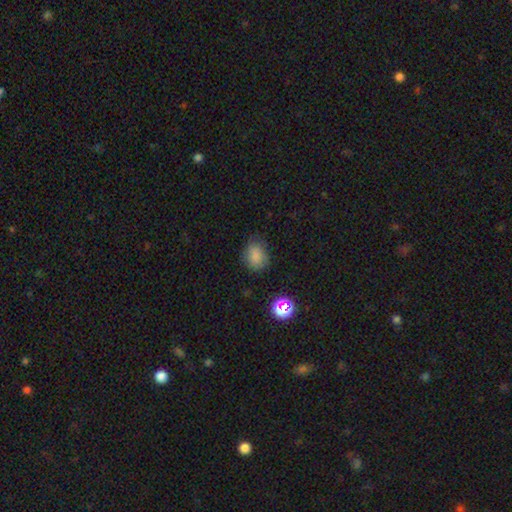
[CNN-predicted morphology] type=smooth (80%); roundness=in between (54%); merging=none (74%).